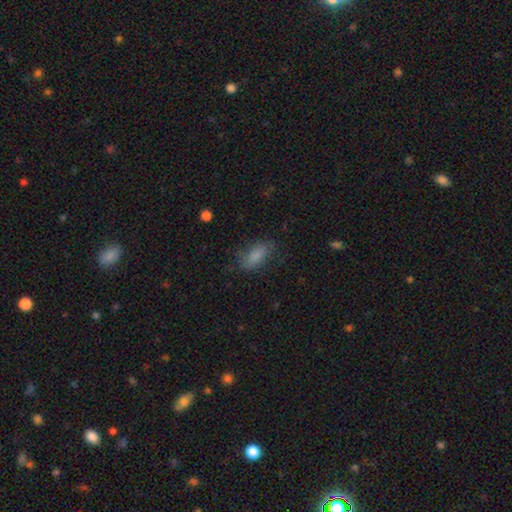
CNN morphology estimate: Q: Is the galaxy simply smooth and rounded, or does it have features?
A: smooth — 82%.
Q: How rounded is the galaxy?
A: in between — 84%.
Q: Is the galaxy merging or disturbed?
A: none — 71%.